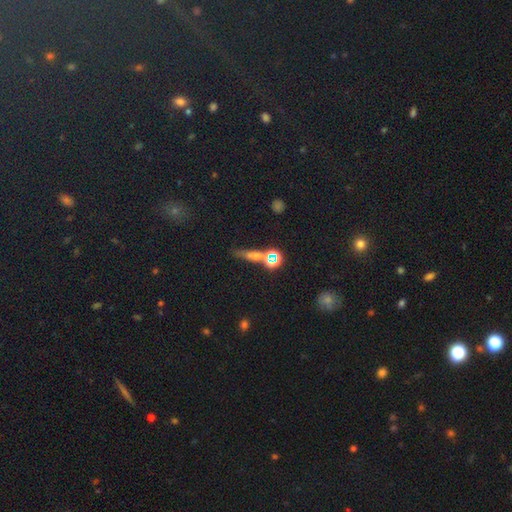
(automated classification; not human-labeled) Smooth or featured? star or artifact (40%)